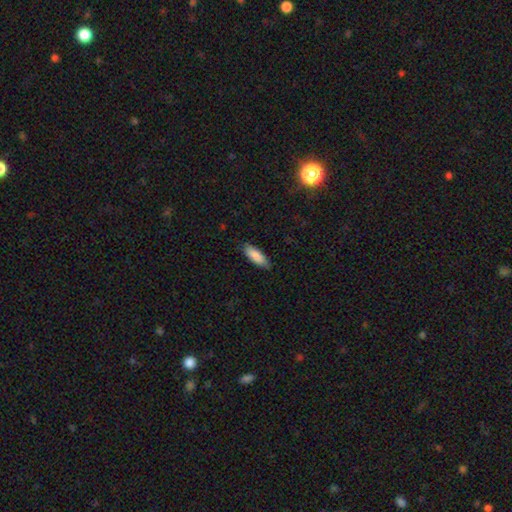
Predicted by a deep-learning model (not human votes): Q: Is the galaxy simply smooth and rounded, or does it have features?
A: smooth — 87%.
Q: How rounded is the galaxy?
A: in between — 62%.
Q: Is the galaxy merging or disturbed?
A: none — 85%.